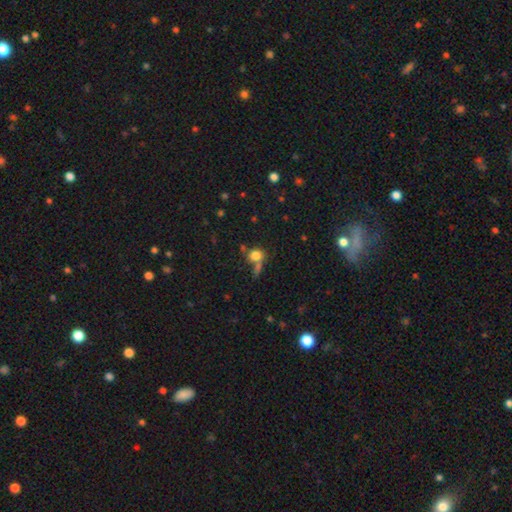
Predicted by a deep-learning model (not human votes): A smooth galaxy with no disk features (78%) that is round (70%).

Vote fractions:
- Smooth or featured? smooth: 78% / star or artifact: 13% / featured or disk: 9%
- How rounded? round: 70% / in between: 28% / cigar-shaped: 2%
- Merging? none: 46% / merger: 31% / minor disturbance: 13% / major disturbance: 10%